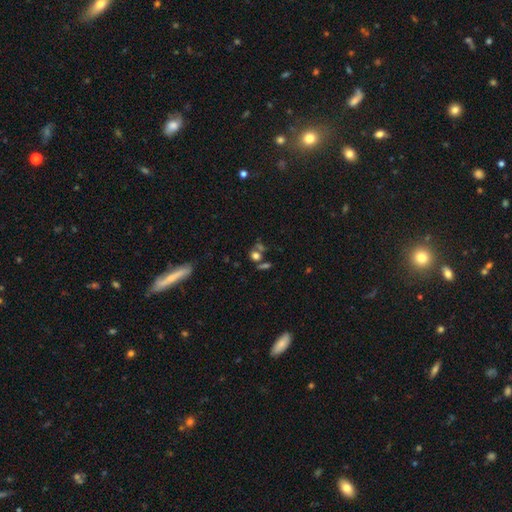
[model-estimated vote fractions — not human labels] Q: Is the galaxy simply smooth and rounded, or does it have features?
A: smooth — 59%.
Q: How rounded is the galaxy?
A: round — 68%.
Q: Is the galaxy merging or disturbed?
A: none — 48%.